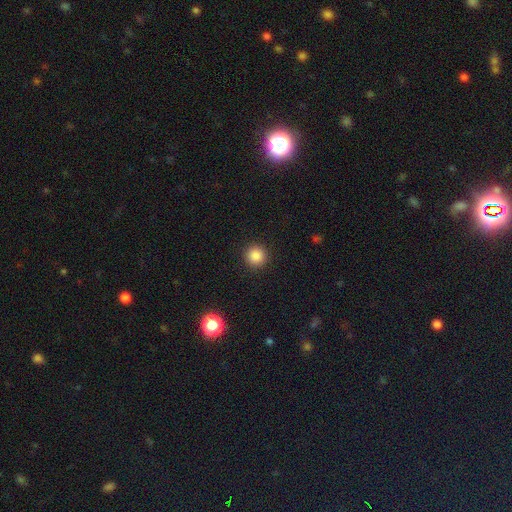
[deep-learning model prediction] This is clearly a smooth galaxy (86%). How rounded: clearly round (95%). Merging: clearly none (92%).